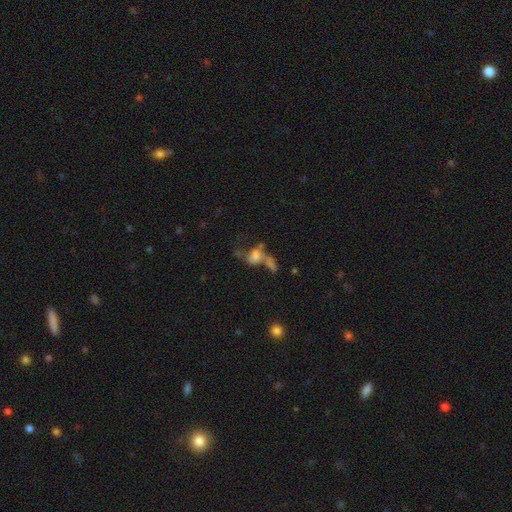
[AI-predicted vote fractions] smooth-or-featured: smooth: 49% | featured or disk: 35% | star or artifact: 16%
  merging: merger: 49% | major disturbance: 23% | none: 18% | minor disturbance: 10%